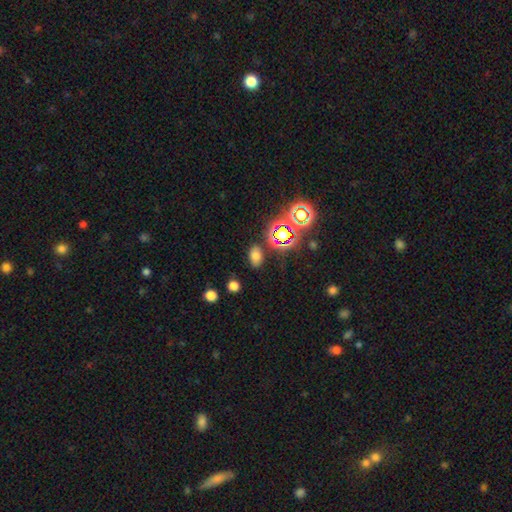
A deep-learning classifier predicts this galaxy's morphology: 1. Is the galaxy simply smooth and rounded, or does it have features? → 69% smooth, 23% star or artifact, 9% featured or disk.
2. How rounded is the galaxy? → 84% in between, 14% round, 2% cigar-shaped.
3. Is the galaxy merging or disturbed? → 81% none, 12% minor disturbance, 4% major disturbance, 3% merger.